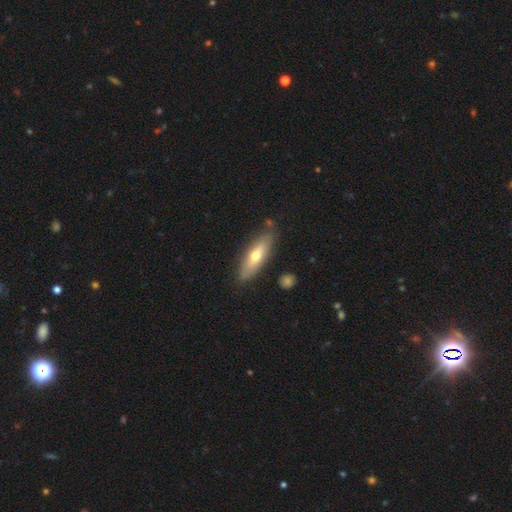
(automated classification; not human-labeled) The model was most divided on "how rounded": cigar-shaped: 52%, in between: 46%, round: 2%. More confident: merging — none (80%); smooth or featured — smooth (55%).